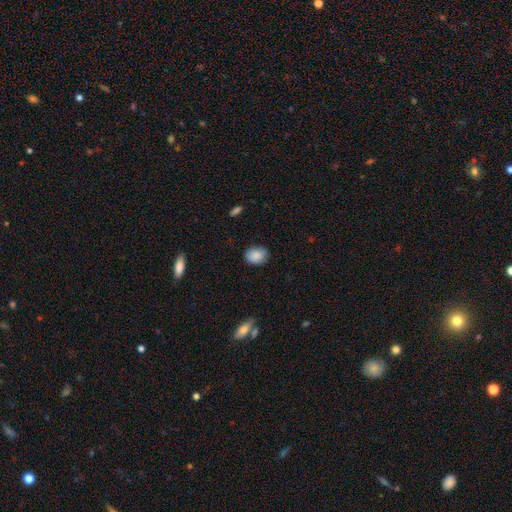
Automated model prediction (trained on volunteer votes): Smooth or featured: smooth — 88% (star or artifact — 8%)
How rounded: in between — 56% (round — 43%)
Merging: none — 80% (minor disturbance — 16%)